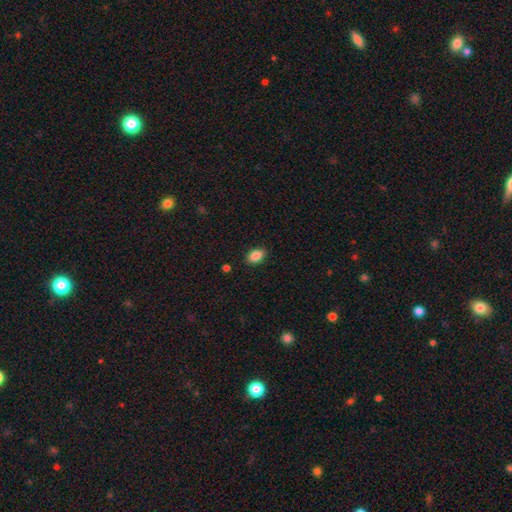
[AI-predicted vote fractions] This is clearly a smooth galaxy (88%). How rounded: clearly in between (87%). Merging: clearly none (88%).